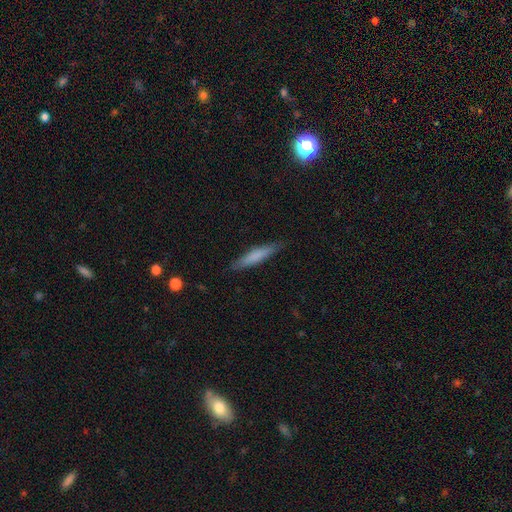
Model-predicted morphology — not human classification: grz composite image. It shows a smooth galaxy with no disk features (73%) that is cigar-shaped (89%). Merging: none (87%).